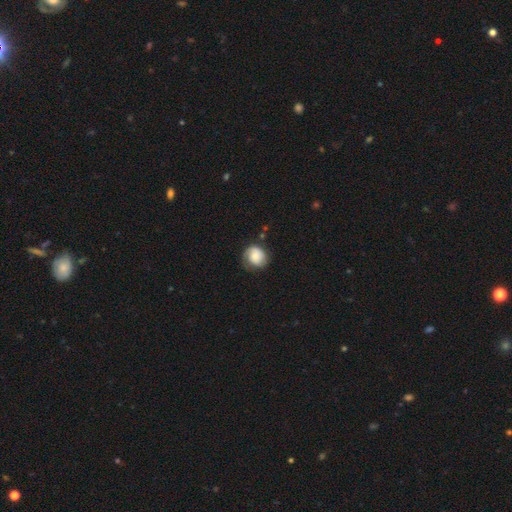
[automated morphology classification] This is possibly a smooth galaxy (53%). How rounded: clearly round (80%). Merging: likely none (65%).